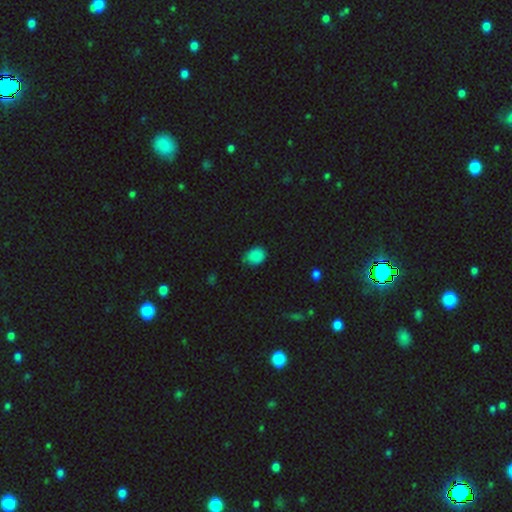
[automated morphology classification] Q: Smooth or featured?
A: smooth (85%); runner-up: star or artifact (11%)
Q: How rounded?
A: in between (54%); runner-up: round (45%)
Q: Merging?
A: none (65%); runner-up: minor disturbance (29%)